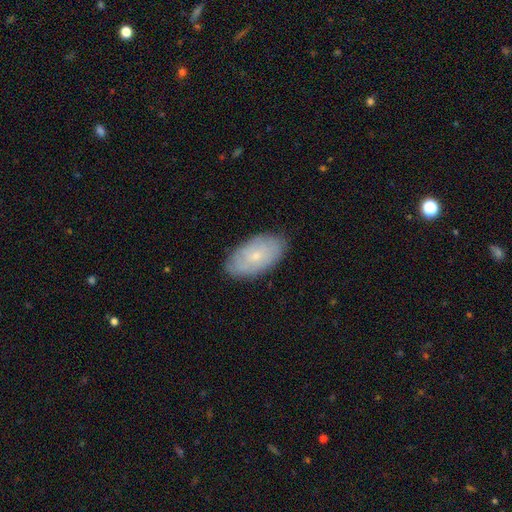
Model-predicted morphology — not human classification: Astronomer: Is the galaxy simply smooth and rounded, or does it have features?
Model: smooth — 53% (runner-up: featured or disk, 40%).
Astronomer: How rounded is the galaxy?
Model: in between — 94%.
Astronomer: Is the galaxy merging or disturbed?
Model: none — 83%.